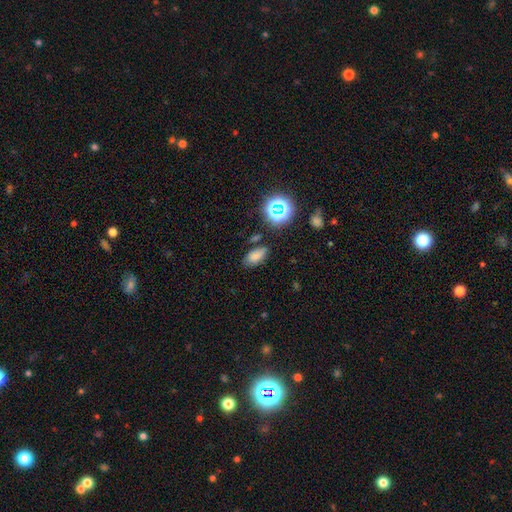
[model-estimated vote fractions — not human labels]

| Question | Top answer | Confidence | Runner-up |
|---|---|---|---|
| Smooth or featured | smooth | 75% | star or artifact (18%) |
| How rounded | in between | 89% | round (7%) |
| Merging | none | 75% | minor disturbance (15%) |